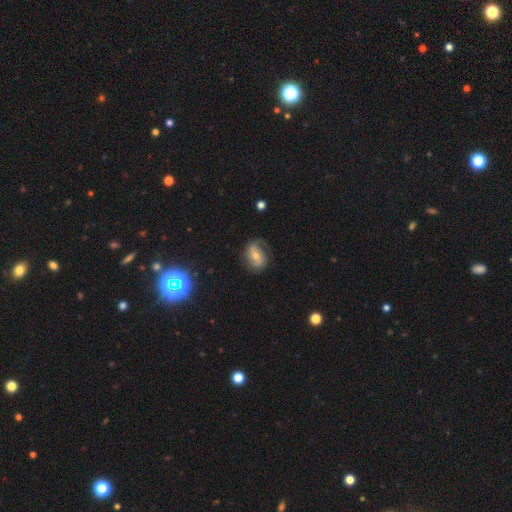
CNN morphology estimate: A featured or disk galaxy (70%) with no bar (40%, tied with weak), 2 (65%) medium (41%) spiral arms (89%) and a moderate central bulge (54%). Merging: none (66%).